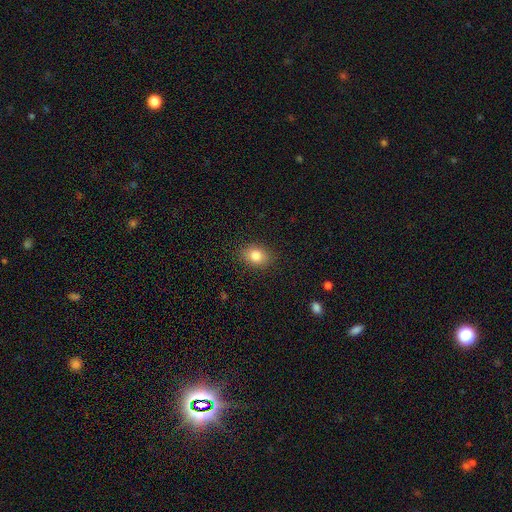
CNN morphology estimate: The model was most divided on "how rounded": in between: 63%, round: 36%, cigar-shaped: 1%. More confident: merging — none (89%); smooth or featured — smooth (82%).